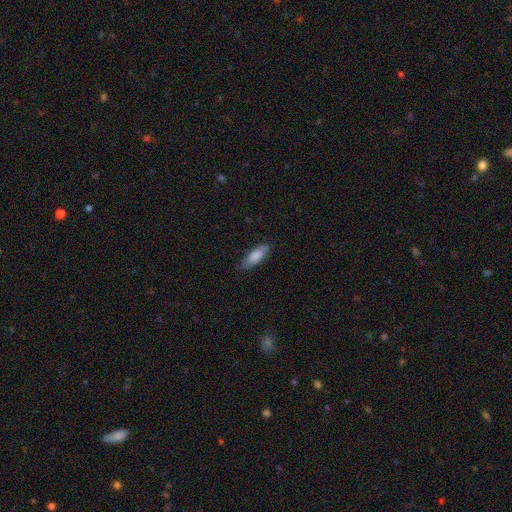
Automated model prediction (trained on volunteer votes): This appears to be a smooth galaxy with no disk features (84%) that is in between round and cigar-shaped (65%). Merging: none (76%).